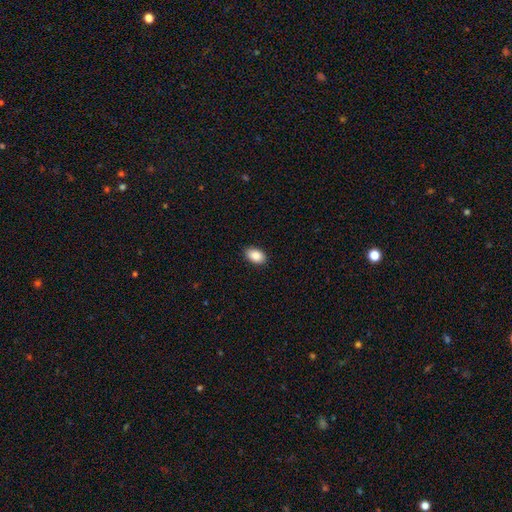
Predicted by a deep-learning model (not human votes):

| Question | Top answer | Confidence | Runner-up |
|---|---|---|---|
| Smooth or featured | smooth | 89% | star or artifact (7%) |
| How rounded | in between | 90% | round (8%) |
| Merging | none | 88% | minor disturbance (9%) |